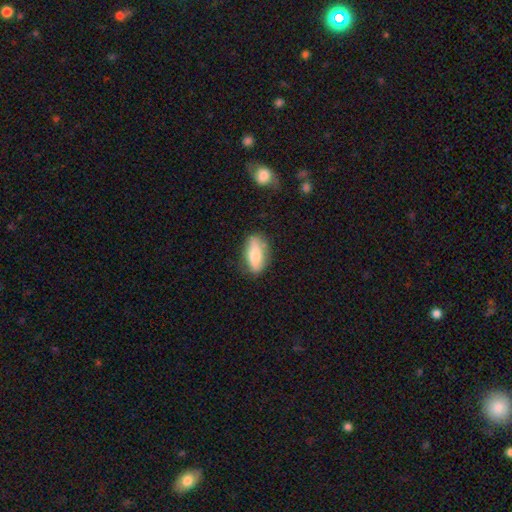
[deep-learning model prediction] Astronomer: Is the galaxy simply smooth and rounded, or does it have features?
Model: smooth — 75%.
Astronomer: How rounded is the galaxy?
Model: in between — 79%.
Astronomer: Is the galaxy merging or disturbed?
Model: none — 72%.